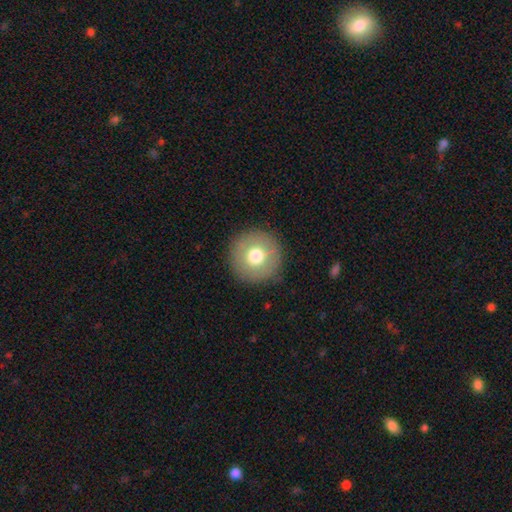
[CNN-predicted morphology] smooth-or-featured: smooth: 70% | featured or disk: 21% | star or artifact: 9%
  how-rounded: round: 97% | in between: 2% | cigar-shaped: 1%
  merging: none: 90% | minor disturbance: 6% | major disturbance: 3% | merger: 1%